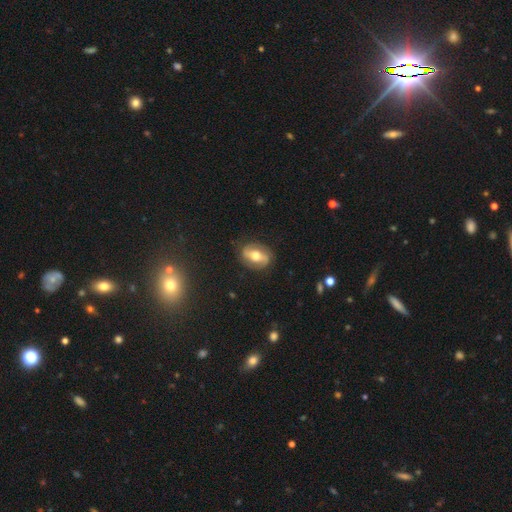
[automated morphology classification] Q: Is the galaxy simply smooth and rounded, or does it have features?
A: featured or disk — 61%.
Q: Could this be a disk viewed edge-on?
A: no — 89%.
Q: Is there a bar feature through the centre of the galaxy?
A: strong — 45%.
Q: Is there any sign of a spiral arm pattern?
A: yes — 65%.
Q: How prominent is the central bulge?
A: moderate — 70%.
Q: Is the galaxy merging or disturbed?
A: none — 82%.